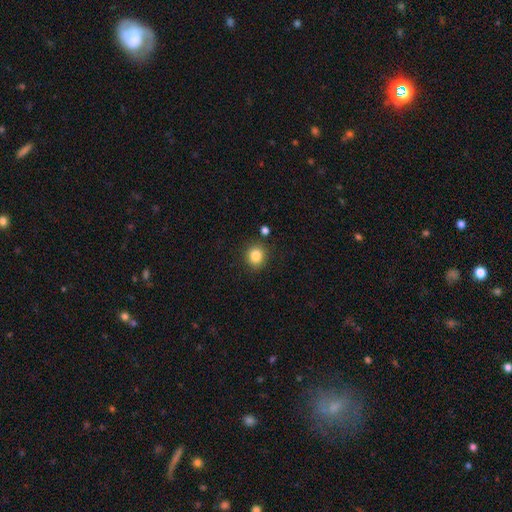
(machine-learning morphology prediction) Smooth or featured: smooth — 84% (star or artifact — 11%)
How rounded: round — 80% (in between — 19%)
Merging: none — 85% (minor disturbance — 9%)